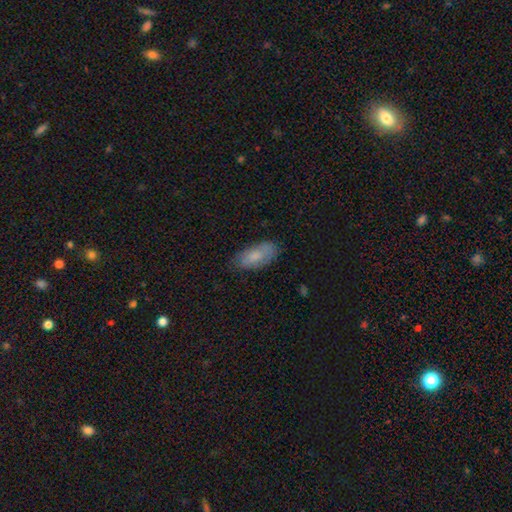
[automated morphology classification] This appears to be a smooth galaxy with no disk features (72%) that is in between round and cigar-shaped (88%). Merging: none (73%).